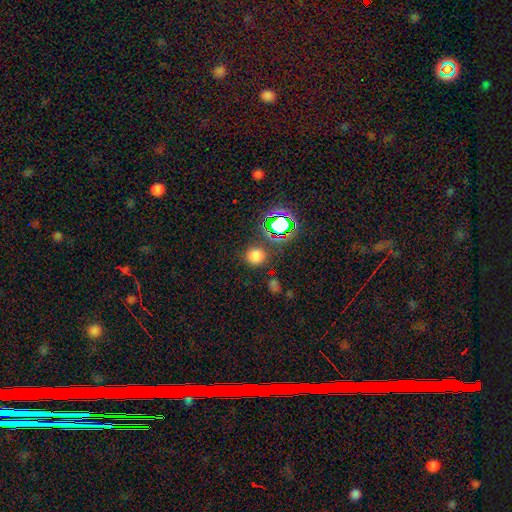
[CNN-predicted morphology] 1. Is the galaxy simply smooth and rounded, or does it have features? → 72% smooth, 23% star or artifact, 5% featured or disk.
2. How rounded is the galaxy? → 88% round, 11% in between, 1% cigar-shaped.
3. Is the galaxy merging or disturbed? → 84% none, 9% minor disturbance, 4% merger, 3% major disturbance.